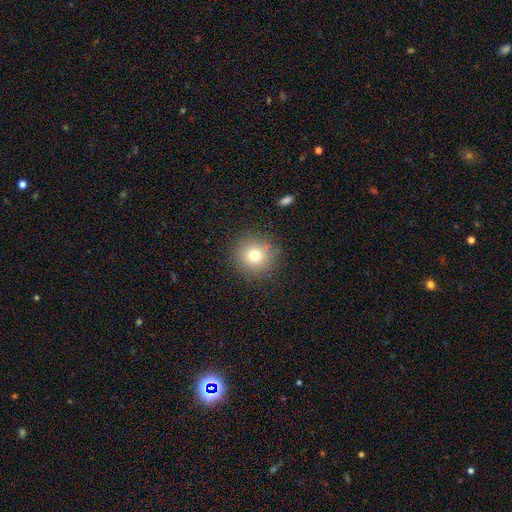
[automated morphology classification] The model was most divided on "smooth or featured": smooth: 76%, star or artifact: 14%, featured or disk: 10%. More confident: how rounded — round (94%); merging — none (88%).